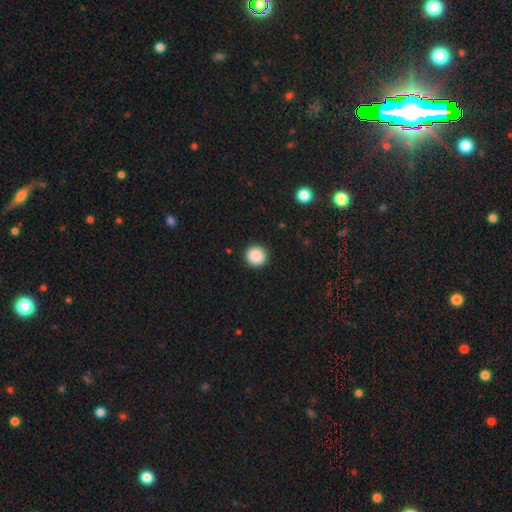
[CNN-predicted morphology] smooth 89%, star or artifact 9%, featured or disk 3%. Down the decision tree: how rounded — round (95%); merging — none (92%).